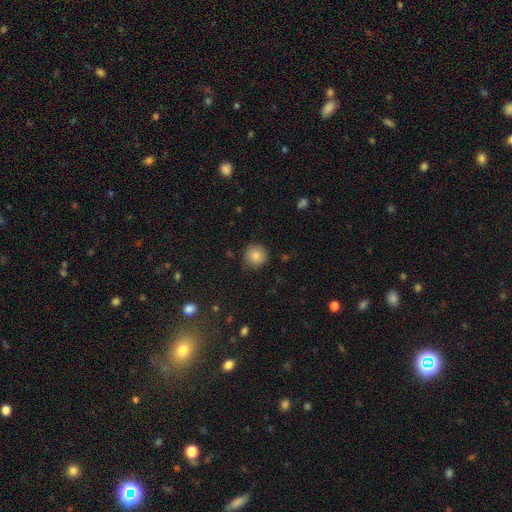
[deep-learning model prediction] Smooth or featured?
  - smooth: 85% *
  - star or artifact: 10%
  - featured or disk: 6%
How rounded?
  - round: 93% *
  - in between: 6%
  - cigar-shaped: 1%
Merging?
  - none: 83% *
  - minor disturbance: 13%
  - major disturbance: 3%
  - merger: 1%